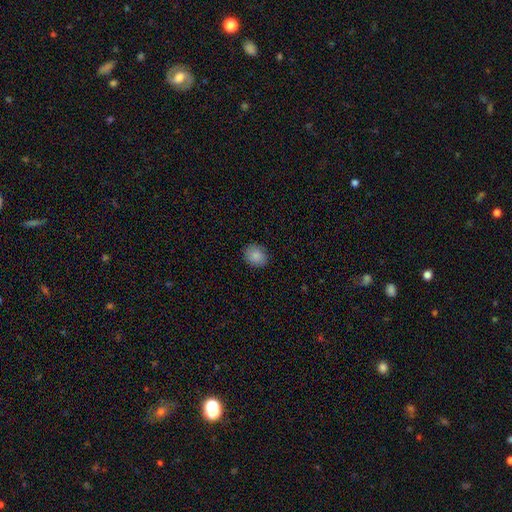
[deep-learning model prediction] This appears to be a smooth galaxy with no disk features (87%) that is round (54%). Merging: none (87%).